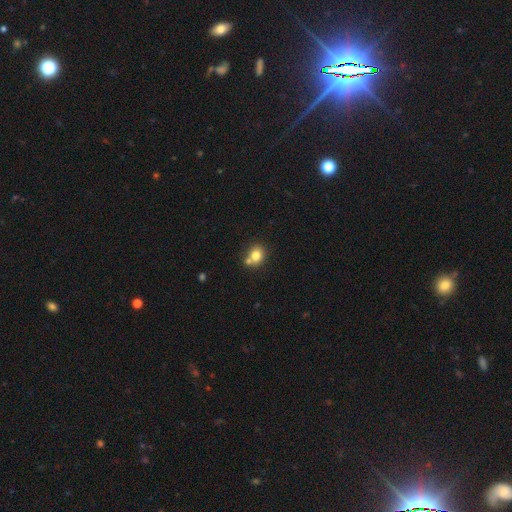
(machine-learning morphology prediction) Smooth or featured: smooth — 79% (star or artifact — 11%)
How rounded: round — 70% (in between — 29%)
Merging: none — 55% (merger — 31%)